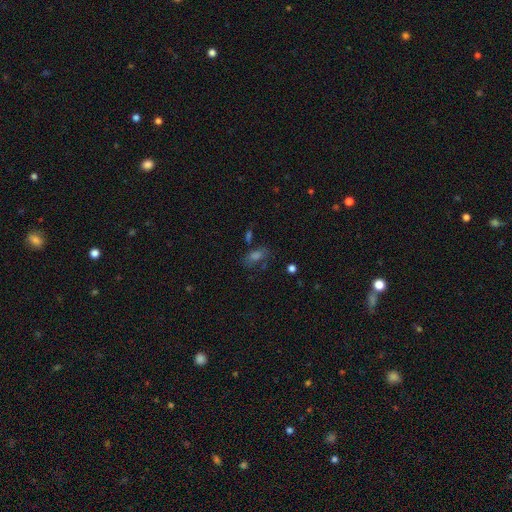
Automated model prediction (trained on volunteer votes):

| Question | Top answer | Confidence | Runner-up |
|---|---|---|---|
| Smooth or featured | smooth | 51% | star or artifact (28%) |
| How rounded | in between | 81% | round (13%) |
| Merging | none | 61% | minor disturbance (20%) |